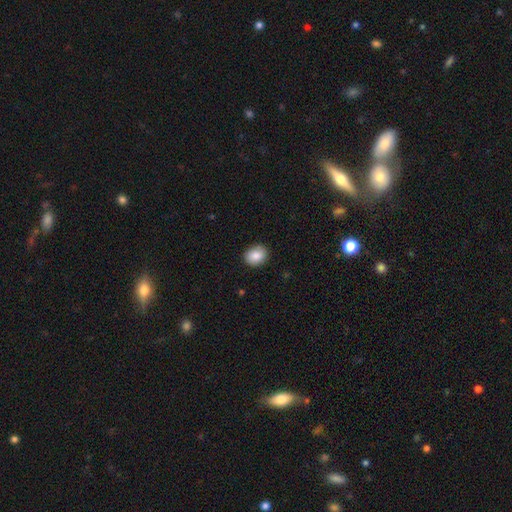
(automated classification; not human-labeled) smooth-or-featured: smooth: 87% | star or artifact: 8% | featured or disk: 5%
  how-rounded: round: 53% | in between: 46% | cigar-shaped: 1%
  merging: none: 88% | minor disturbance: 9% | major disturbance: 2% | merger: 1%